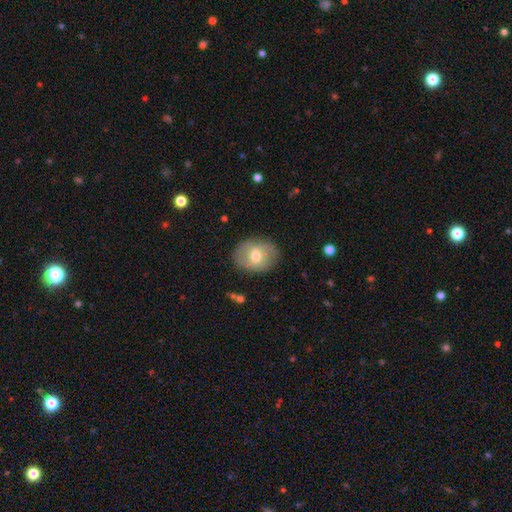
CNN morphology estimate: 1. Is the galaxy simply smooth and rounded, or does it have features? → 47% smooth, 45% featured or disk, 8% star or artifact.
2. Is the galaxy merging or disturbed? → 81% none, 13% minor disturbance, 4% major disturbance, 1% merger.